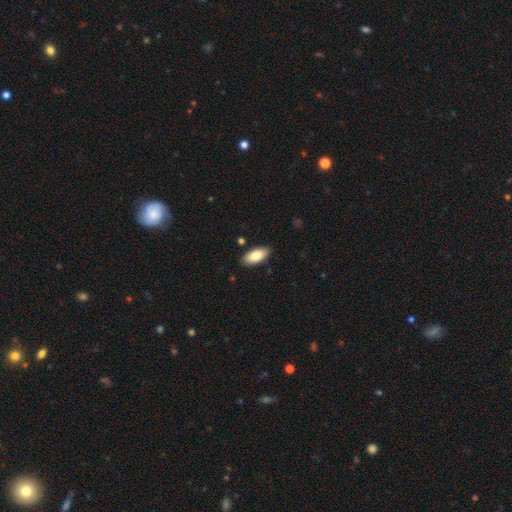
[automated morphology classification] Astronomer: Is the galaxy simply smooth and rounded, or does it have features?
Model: smooth — 85%.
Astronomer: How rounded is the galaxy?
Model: in between — 92%.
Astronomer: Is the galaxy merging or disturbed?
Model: none — 87%.